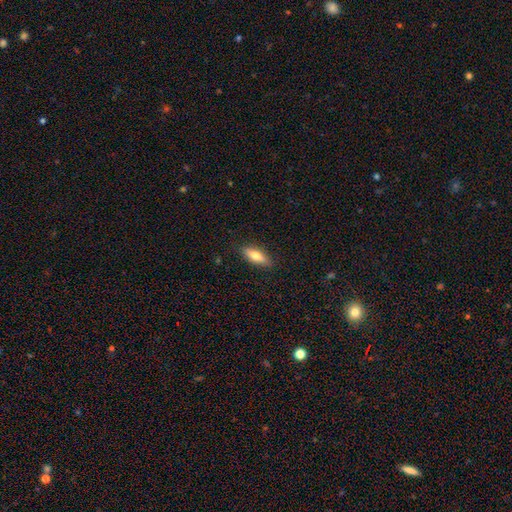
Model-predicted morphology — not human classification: Smooth or featured?
  - smooth: 66% *
  - featured or disk: 27%
  - star or artifact: 6%
How rounded?
  - in between: 53% *
  - cigar-shaped: 45%
  - round: 2%
Merging?
  - none: 87% *
  - minor disturbance: 10%
  - major disturbance: 2%
  - merger: 1%